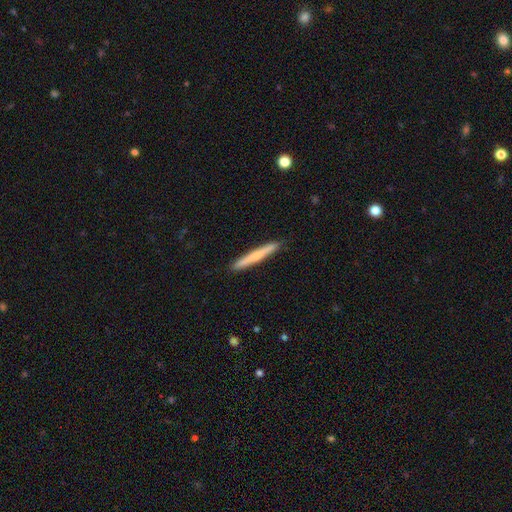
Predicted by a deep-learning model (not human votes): smooth 60%, featured or disk 35%, star or artifact 5%. Down the decision tree: how rounded — cigar-shaped (96%); merging — none (92%).